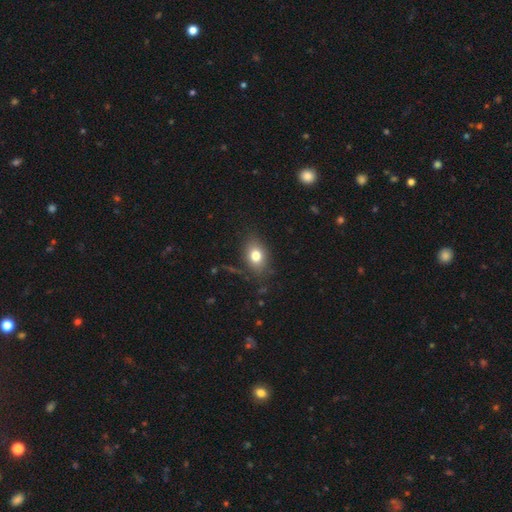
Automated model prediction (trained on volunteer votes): Smooth or featured? smooth (76%)
How rounded? in between (70%)
Merging? none (80%)